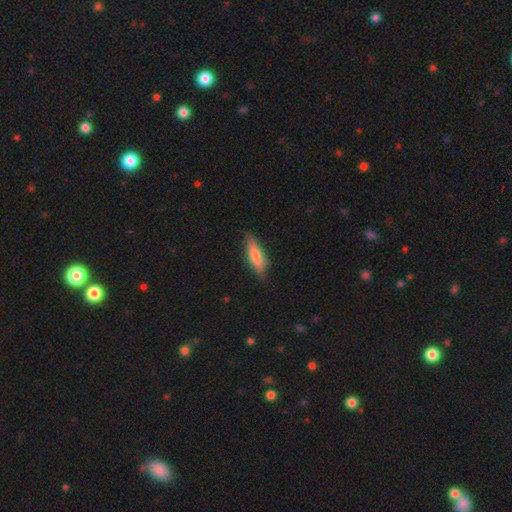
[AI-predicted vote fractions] Smooth or featured? smooth (60%)
How rounded? cigar-shaped (61%)
Merging? none (79%)